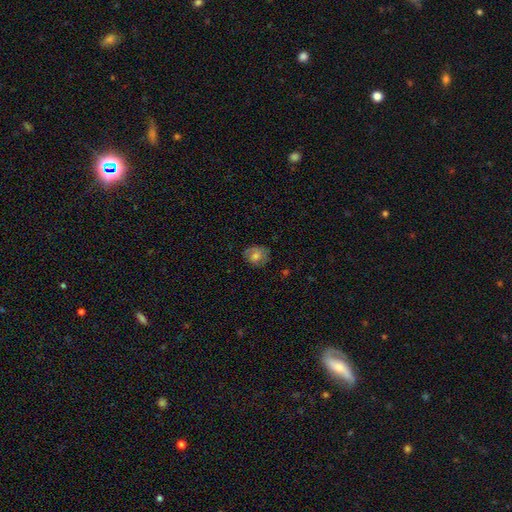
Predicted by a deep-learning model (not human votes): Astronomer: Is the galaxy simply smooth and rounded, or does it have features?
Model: smooth — 60%.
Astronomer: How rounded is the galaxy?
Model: round — 57% (runner-up: in between, 42%).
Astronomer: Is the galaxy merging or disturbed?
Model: none — 69%.